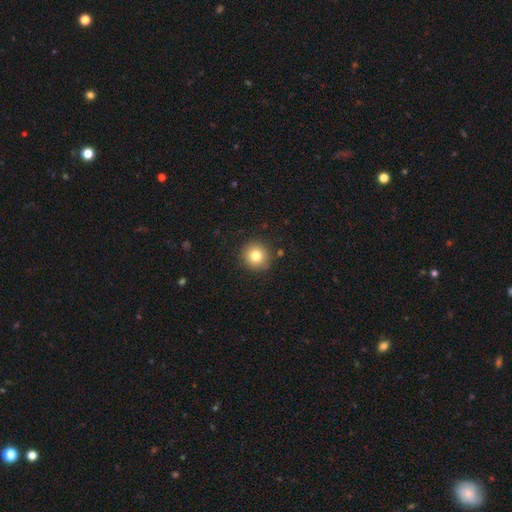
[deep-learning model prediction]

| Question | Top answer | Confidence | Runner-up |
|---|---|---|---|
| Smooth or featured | smooth | 81% | star or artifact (10%) |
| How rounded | round | 92% | in between (7%) |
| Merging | none | 89% | minor disturbance (8%) |